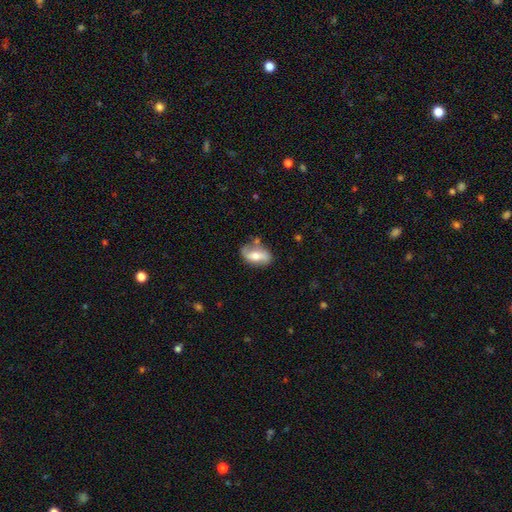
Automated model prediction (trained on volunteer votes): smooth_or_featured: featured or disk (p=0.58) [alt: smooth p=0.35]
disk_edge_on: no (p=0.91) [alt: yes p=0.09]
bar: no (p=0.43) [alt: weak p=0.34]
has_spiral_arms: yes (p=0.80) [alt: no p=0.20]
bulge_size: moderate (p=0.65) [alt: small p=0.23]
merging: none (p=0.67) [alt: minor disturbance p=0.20]